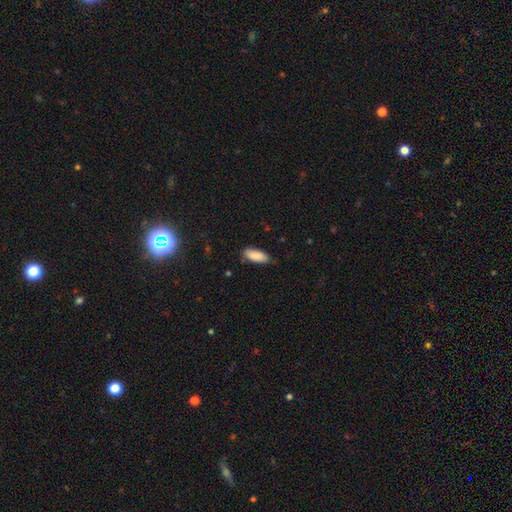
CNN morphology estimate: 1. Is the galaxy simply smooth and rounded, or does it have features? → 89% smooth, 6% star or artifact, 5% featured or disk.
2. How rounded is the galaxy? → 83% in between, 16% cigar-shaped, 2% round.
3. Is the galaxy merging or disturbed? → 79% none, 17% minor disturbance, 3% major disturbance, 1% merger.